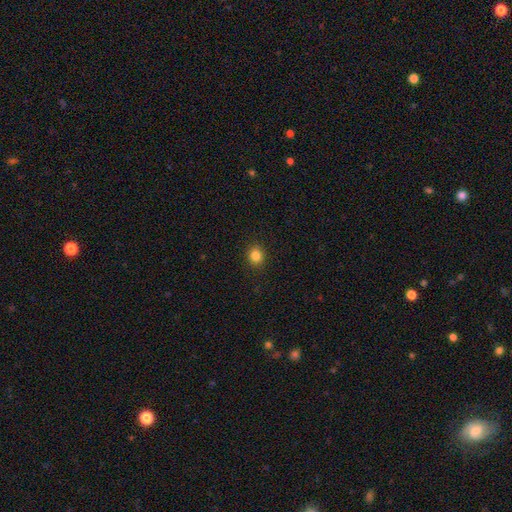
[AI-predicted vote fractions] Smooth or featured? smooth (84%)
How rounded? round (82%)
Merging? none (91%)